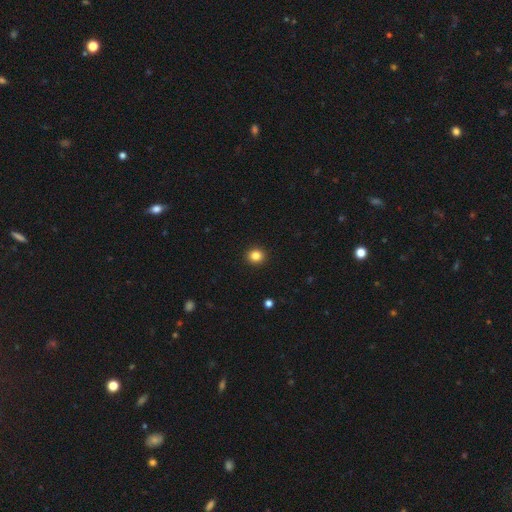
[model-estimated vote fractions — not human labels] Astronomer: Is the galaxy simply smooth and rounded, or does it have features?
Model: smooth — 84%.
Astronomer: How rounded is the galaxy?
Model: round — 88%.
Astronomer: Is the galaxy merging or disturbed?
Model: none — 93%.